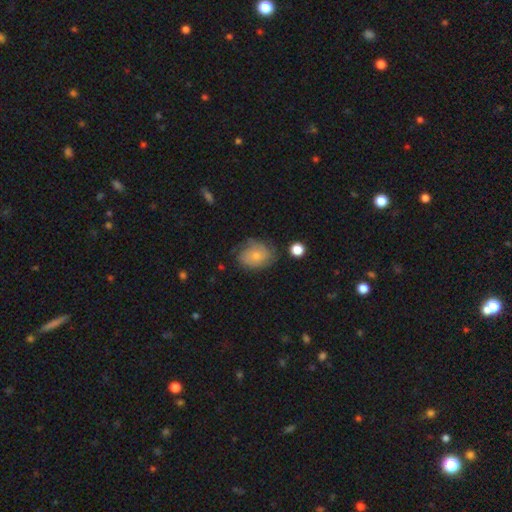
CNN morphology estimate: Overall: smooth (60%; featured or disk 32%). How rounded: in between (51%; round 48%). Merging: none (60%; minor disturbance 27%).